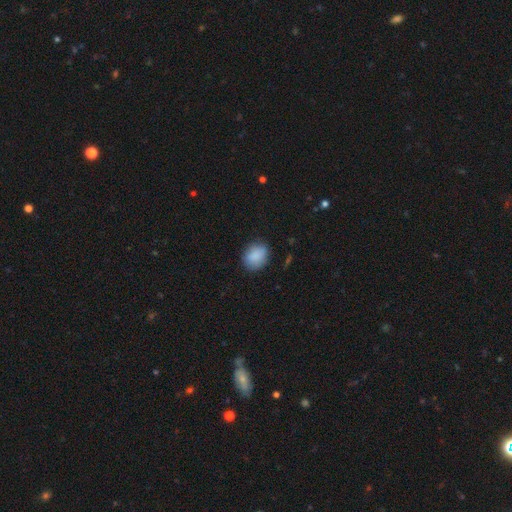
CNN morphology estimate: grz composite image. It shows a smooth galaxy with no disk features (87%) that is round (51%). Merging: none (79%).